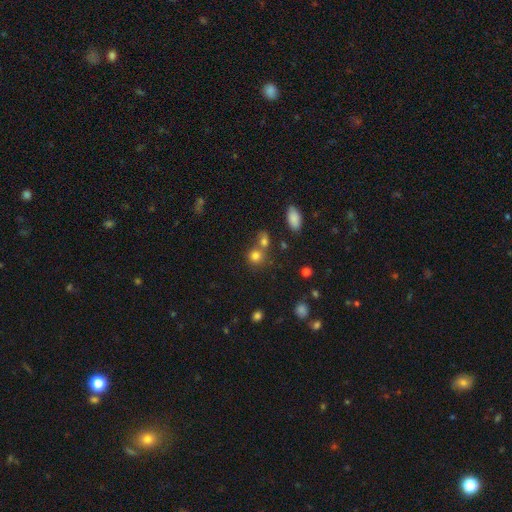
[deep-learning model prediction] A smooth galaxy with no disk features (77%) that is round (82%). Merging: none (52%).